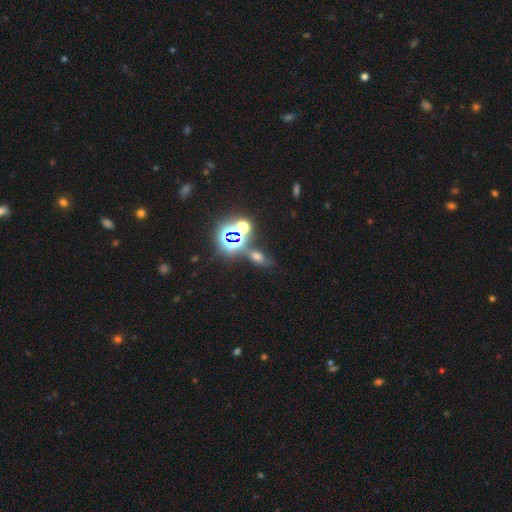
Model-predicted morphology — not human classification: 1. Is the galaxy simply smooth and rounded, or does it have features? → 57% star or artifact, 28% smooth, 14% featured or disk.